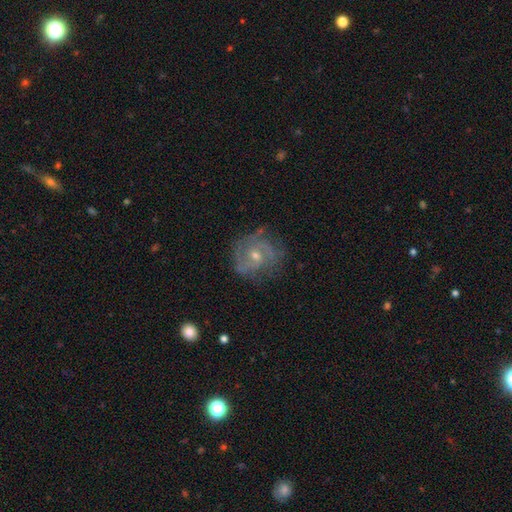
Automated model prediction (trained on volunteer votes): Smooth or featured: featured or disk — 77% (smooth — 15%)
Edge-on disk: no — 97% (yes — 3%)
Bar: no — 59% (weak — 35%)
Spiral arms: yes — 90% (no — 10%)
Spiral winding: medium — 44% (tight — 42%)
Spiral arm count: 2 — 47% (can't tell — 24%)
Bulge size: moderate — 48% (tied with small — 48%)
Merging: none — 67% (minor disturbance — 21%)